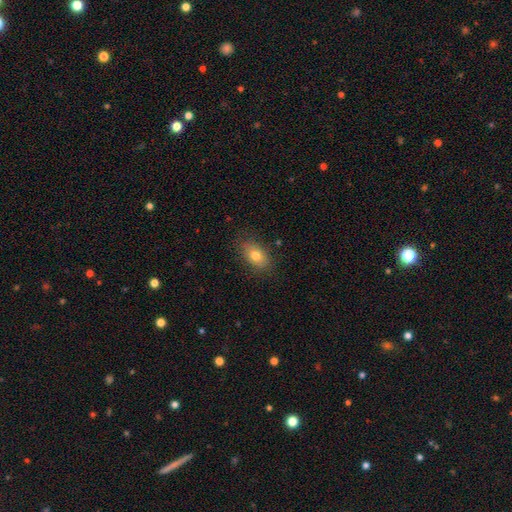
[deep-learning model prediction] The model was most divided on "smooth or featured": smooth: 77%, featured or disk: 15%, star or artifact: 9%. More confident: how rounded — in between (85%); merging — none (83%).